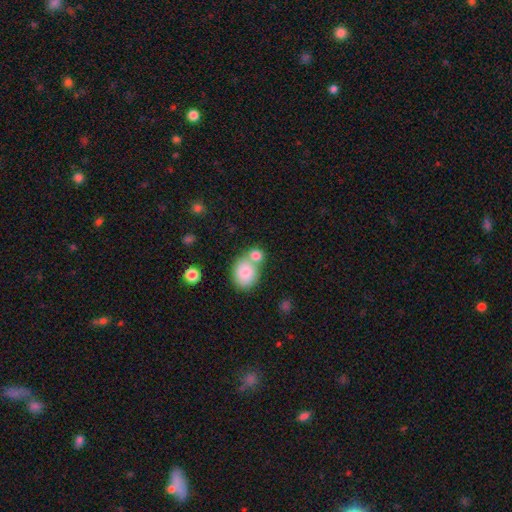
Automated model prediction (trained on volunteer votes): A smooth galaxy with no disk features (82%) that is round (57%).

Vote fractions:
- Smooth or featured? smooth: 82% / featured or disk: 9% / star or artifact: 9%
- How rounded? round: 57% / in between: 42% / cigar-shaped: 1%
- Merging? merger: 46% / none: 41% / minor disturbance: 9% / major disturbance: 4%